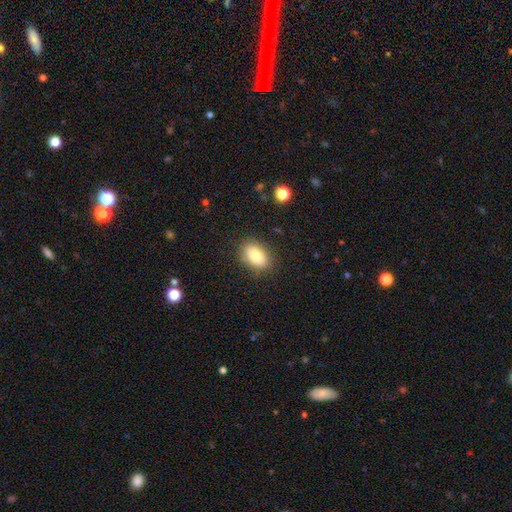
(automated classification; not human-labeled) A smooth galaxy with no disk features (81%) that is in between round and cigar-shaped (85%). Merging: none (85%).